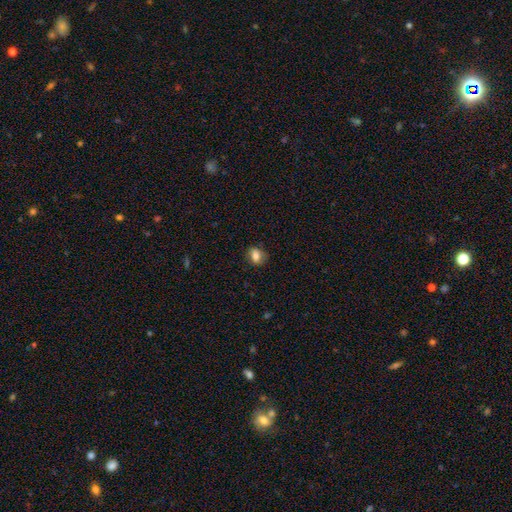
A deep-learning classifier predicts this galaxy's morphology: A smooth galaxy with no disk features (78%) that is in between round and cigar-shaped (58%).

Vote fractions:
- Smooth or featured? smooth: 78% / featured or disk: 13% / star or artifact: 9%
- How rounded? in between: 58% / round: 41% / cigar-shaped: 2%
- Merging? none: 79% / minor disturbance: 16% / major disturbance: 4% / merger: 1%